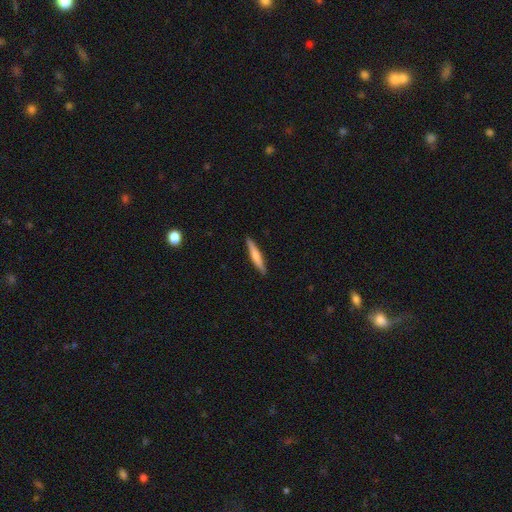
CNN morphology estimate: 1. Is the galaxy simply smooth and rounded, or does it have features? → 57% smooth, 38% featured or disk, 5% star or artifact.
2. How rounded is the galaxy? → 93% cigar-shaped, 5% in between, 1% round.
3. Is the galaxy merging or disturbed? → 90% none, 7% minor disturbance, 1% major disturbance, 1% merger.